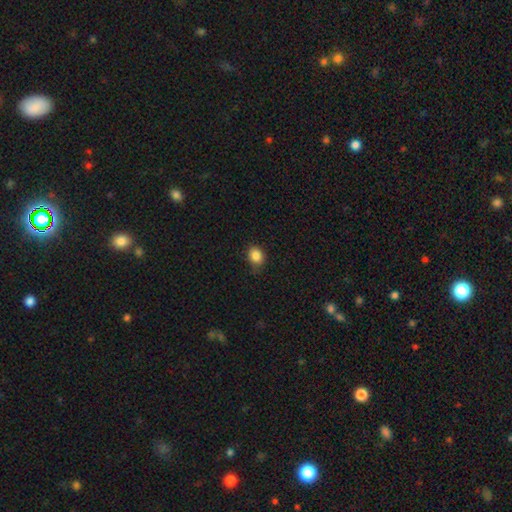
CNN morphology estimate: type=smooth (86%); roundness=in between (52%); merging=none (76%).